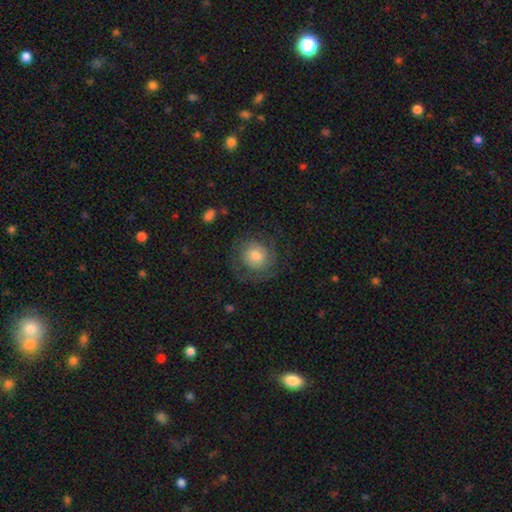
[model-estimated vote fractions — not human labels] Smooth or featured: featured or disk — 55% (smooth — 37%)
Edge-on disk: no — 98% (yes — 2%)
Bar: no — 78% (weak — 19%)
Spiral arms: yes — 86% (no — 14%)
Bulge size: moderate — 53% (small — 23%)
Merging: none — 71% (minor disturbance — 15%)